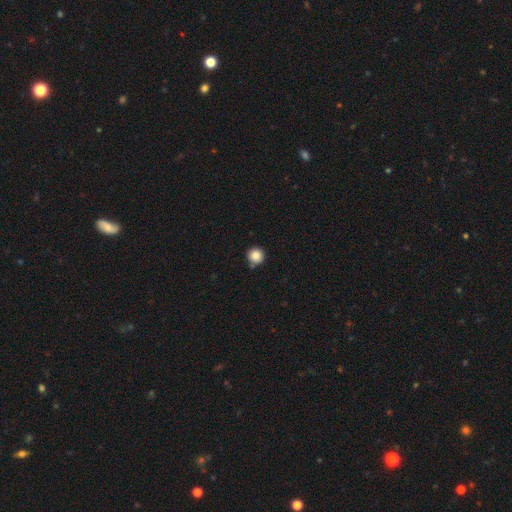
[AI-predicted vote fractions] This appears to be a smooth galaxy with no disk features (86%) that is round (95%). Merging: none (80%).